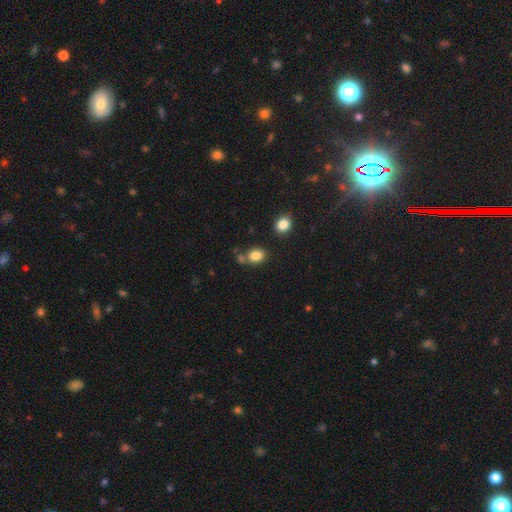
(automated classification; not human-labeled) A smooth galaxy with no disk features (83%) that is in between round and cigar-shaped (59%).

Vote fractions:
- Smooth or featured? smooth: 83% / star or artifact: 11% / featured or disk: 6%
- How rounded? in between: 59% / round: 39% / cigar-shaped: 1%
- Merging? none: 65% / merger: 18% / minor disturbance: 13% / major disturbance: 4%